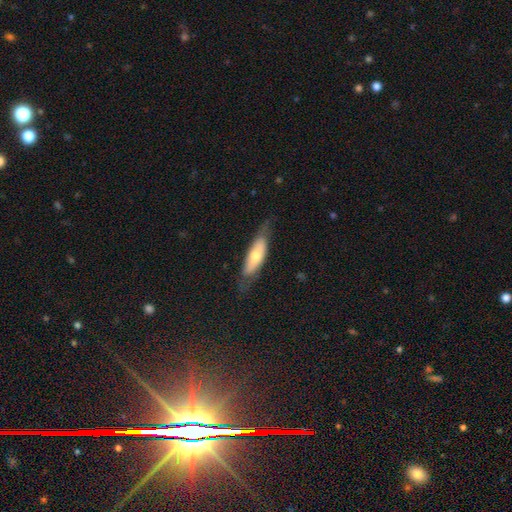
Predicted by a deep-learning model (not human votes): Overall: smooth (53%; featured or disk 41%). How rounded: in between (54%; cigar-shaped 44%). Merging: none (66%).